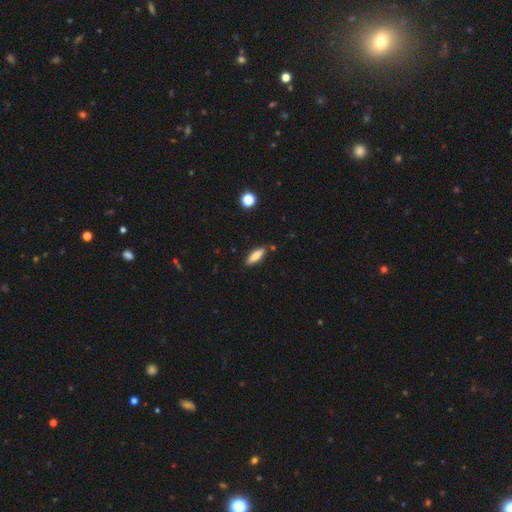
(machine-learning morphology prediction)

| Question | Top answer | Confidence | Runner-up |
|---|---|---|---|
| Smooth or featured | smooth | 79% | featured or disk (14%) |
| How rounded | cigar-shaped | 51% | in between (47%) |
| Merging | none | 84% | minor disturbance (11%) |